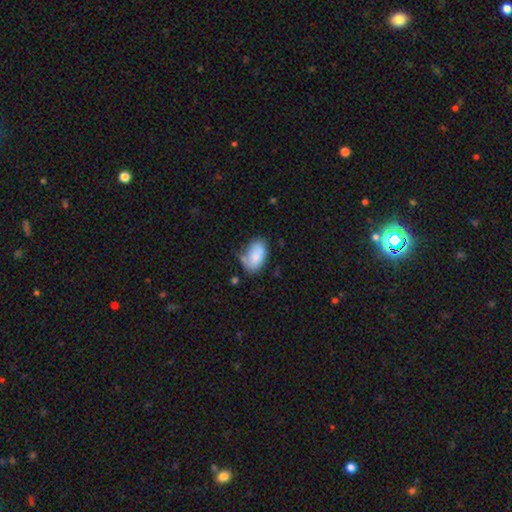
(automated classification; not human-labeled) Smooth or featured? smooth (81%)
How rounded? in between (93%)
Merging? none (53%)